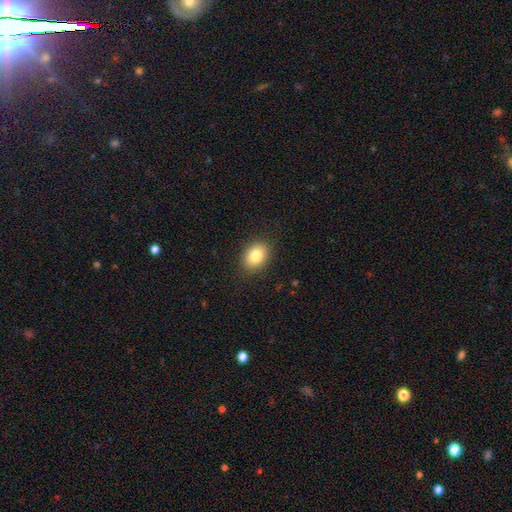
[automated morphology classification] Smooth or featured? smooth (82%)
How rounded? in between (68%)
Merging? none (88%)